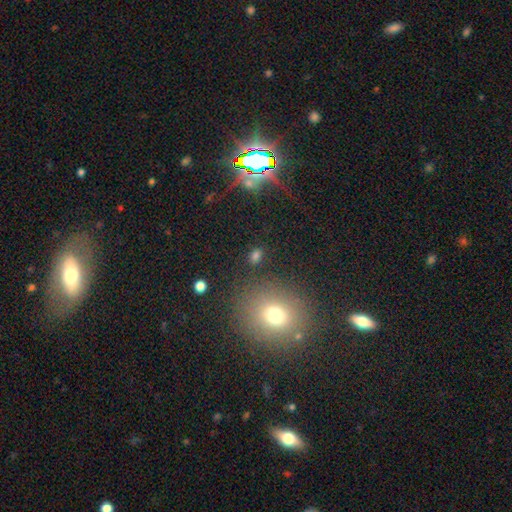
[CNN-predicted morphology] smooth-or-featured: smooth: 73% | star or artifact: 20% | featured or disk: 7%
  how-rounded: in between: 66% | round: 31% | cigar-shaped: 2%
  merging: none: 82% | minor disturbance: 10% | major disturbance: 4% | merger: 4%